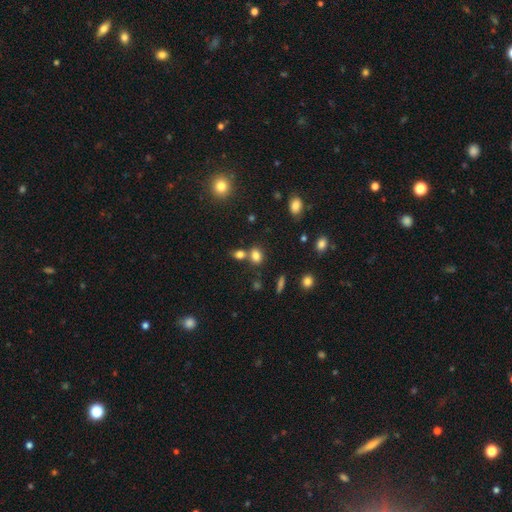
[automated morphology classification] smooth 79%, star or artifact 13%, featured or disk 8%. Down the decision tree: how rounded — in between (56%); merging — none (54%).